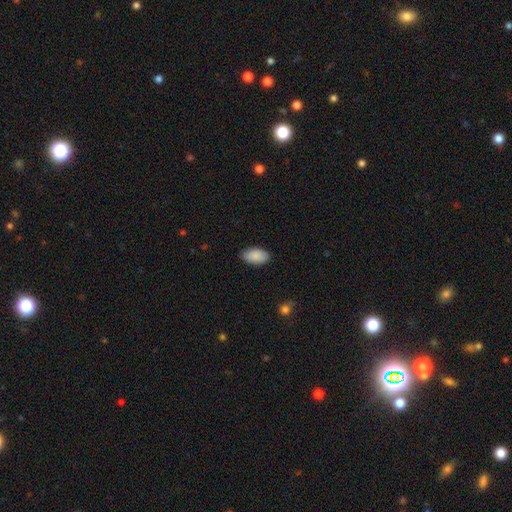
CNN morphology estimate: Smooth or featured: smooth — 90% (star or artifact — 6%)
How rounded: in between — 95% (round — 3%)
Merging: none — 85% (minor disturbance — 11%)